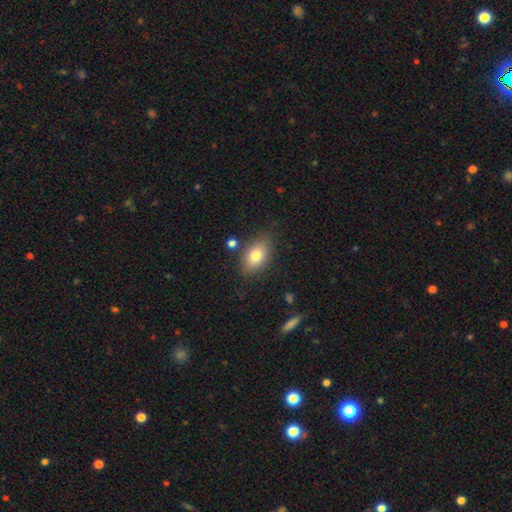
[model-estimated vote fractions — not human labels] Smooth or featured: smooth — 77% (featured or disk — 15%)
How rounded: in between — 86% (round — 11%)
Merging: none — 78% (minor disturbance — 15%)